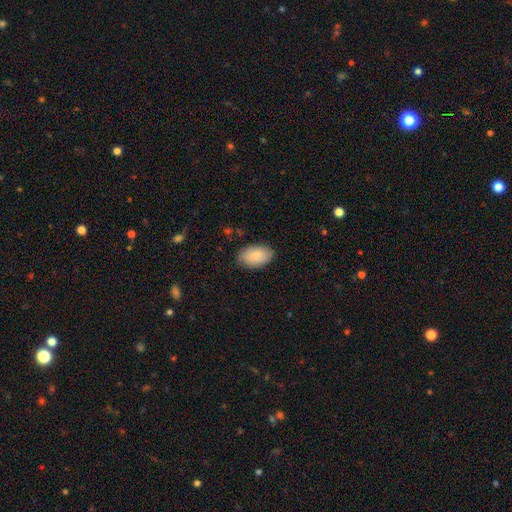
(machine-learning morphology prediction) This appears to be a smooth galaxy with no disk features (88%) that is in between round and cigar-shaped (94%). Merging: none (85%).